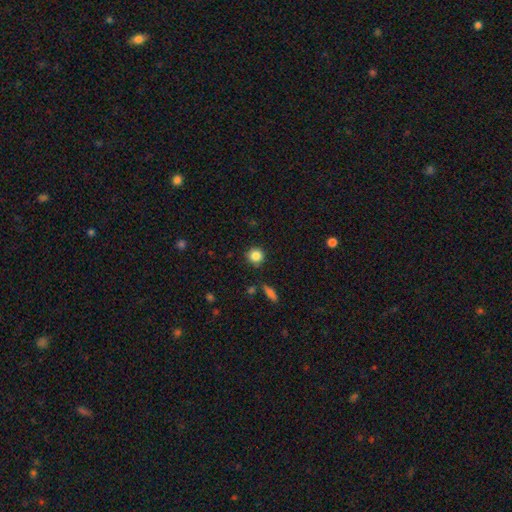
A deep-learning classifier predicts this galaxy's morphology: smooth 85%, star or artifact 10%, featured or disk 5%. Down the decision tree: how rounded — round (92%); merging — none (88%).